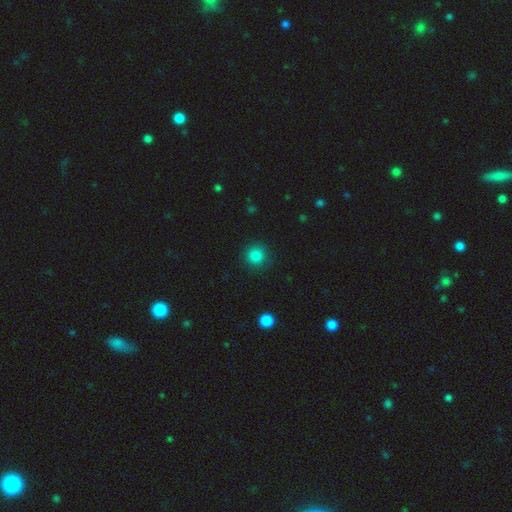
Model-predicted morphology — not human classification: smooth 84%, star or artifact 11%, featured or disk 4%. Down the decision tree: how rounded — round (94%); merging — none (90%).